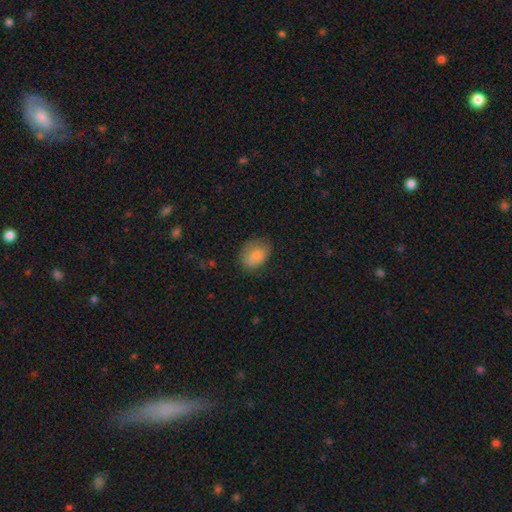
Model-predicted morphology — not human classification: smooth-or-featured: smooth: 80% | featured or disk: 12% | star or artifact: 8%
  how-rounded: in between: 68% | round: 31% | cigar-shaped: 1%
  merging: none: 66% | minor disturbance: 24% | major disturbance: 8% | merger: 1%